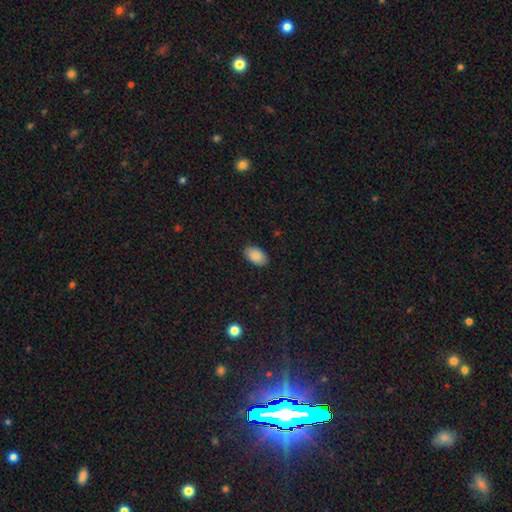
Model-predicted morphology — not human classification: smooth 89%, star or artifact 7%, featured or disk 4%. Down the decision tree: how rounded — in between (93%); merging — none (89%).